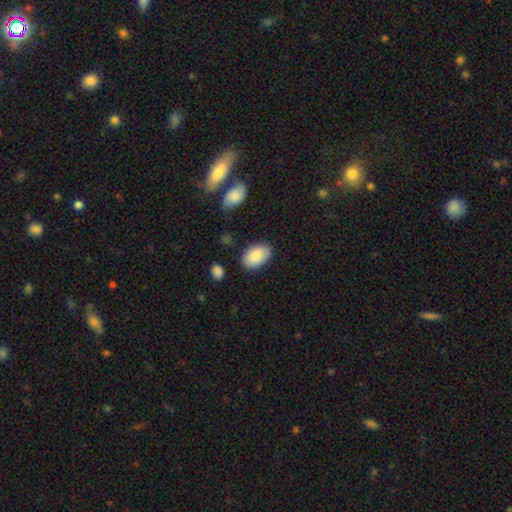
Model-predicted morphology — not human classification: smooth 86%, featured or disk 7%, star or artifact 6%. Down the decision tree: how rounded — in between (92%); merging — none (81%).